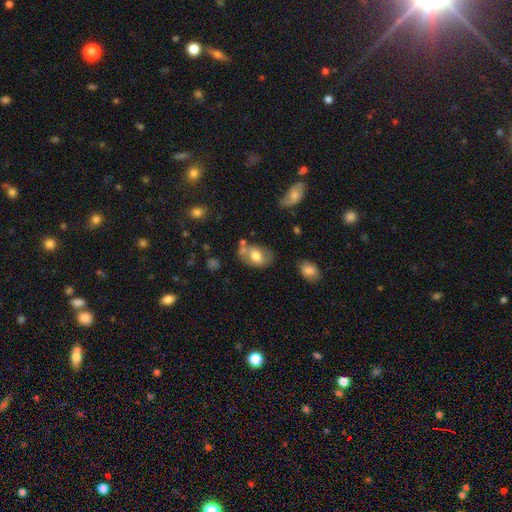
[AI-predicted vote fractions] Morphology: type=smooth (67%); roundness=in between (80%); merging=none (56%).